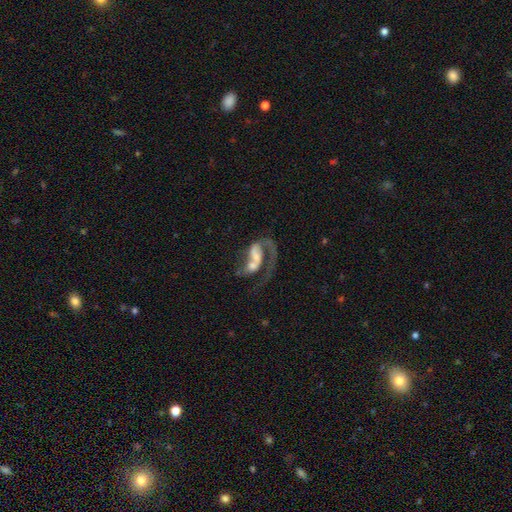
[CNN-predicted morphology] Overall: featured or disk (74%). Edge-on disk: no (96%). Bar: no (54%; weak 30%). Spiral arms: yes (76%). Spiral arm count: 1 (75%). Spiral winding: loose (55%; medium 31%). Bulge size: none (30%; small 27%). Merging: merger (38%; major disturbance 34%).